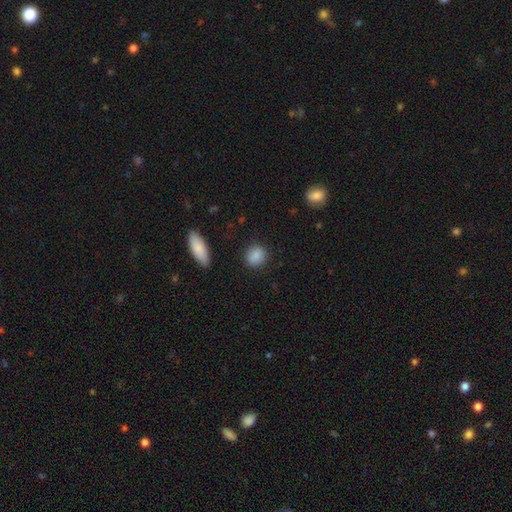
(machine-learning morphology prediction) Overall: smooth (87%). How rounded: round (68%; in between 30%). Merging: none (87%).